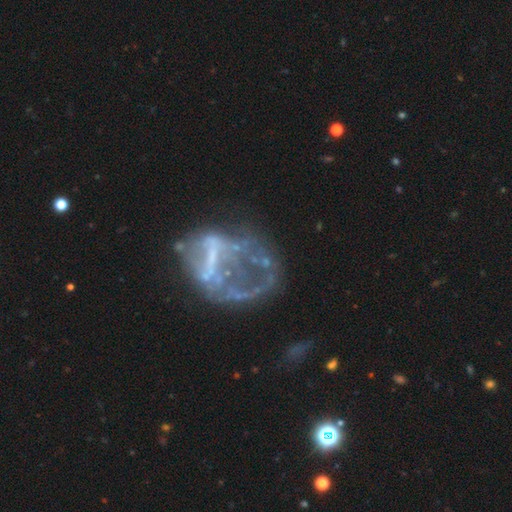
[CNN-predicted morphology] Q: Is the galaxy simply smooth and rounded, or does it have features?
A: featured or disk — 63%.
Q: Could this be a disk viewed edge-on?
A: no — 96%.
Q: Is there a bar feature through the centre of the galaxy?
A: no — 64%.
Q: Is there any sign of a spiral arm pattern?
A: no — 81%.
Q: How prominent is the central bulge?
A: none — 70%.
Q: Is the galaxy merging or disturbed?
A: major disturbance — 43%.